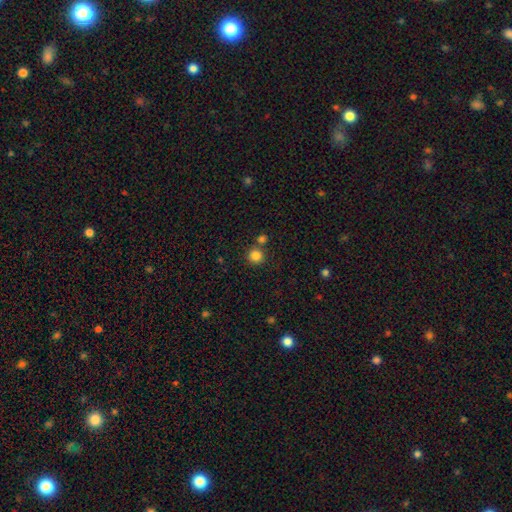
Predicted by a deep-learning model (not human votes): Smooth or featured: smooth — 84% (star or artifact — 12%)
How rounded: round — 94% (in between — 5%)
Merging: none — 76% (merger — 14%)